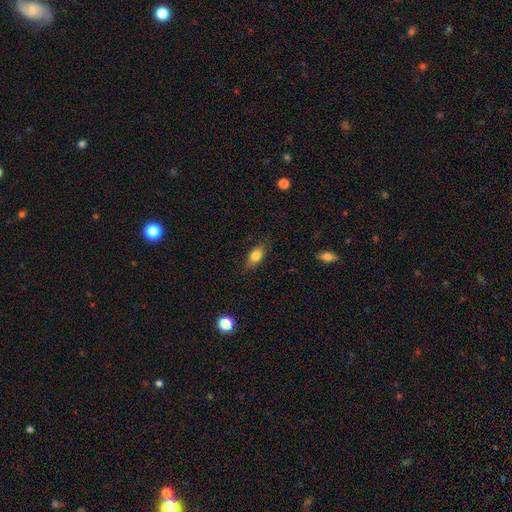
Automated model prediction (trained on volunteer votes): smooth-or-featured: smooth: 79% | featured or disk: 13% | star or artifact: 8%
  how-rounded: in between: 82% | cigar-shaped: 9% | round: 8%
  merging: none: 81% | minor disturbance: 14% | major disturbance: 3% | merger: 1%